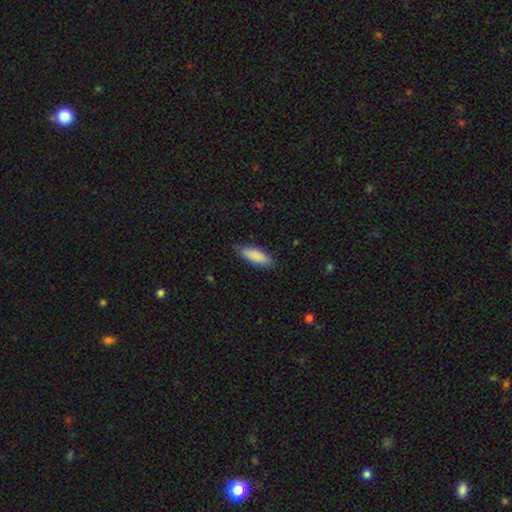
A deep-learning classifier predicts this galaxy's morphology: smooth_or_featured: smooth (p=0.88) [alt: star or artifact p=0.06]
how_rounded: in between (p=0.63) [alt: cigar-shaped p=0.36]
merging: none (p=0.83) [alt: minor disturbance p=0.14]